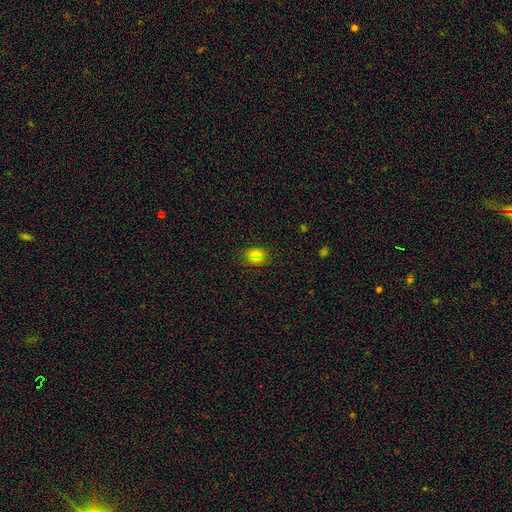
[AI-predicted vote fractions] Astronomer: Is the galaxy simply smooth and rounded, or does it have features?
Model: smooth — 78%.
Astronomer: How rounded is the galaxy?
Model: in between — 56% (runner-up: round, 43%).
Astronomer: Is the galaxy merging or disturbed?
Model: none — 81%.